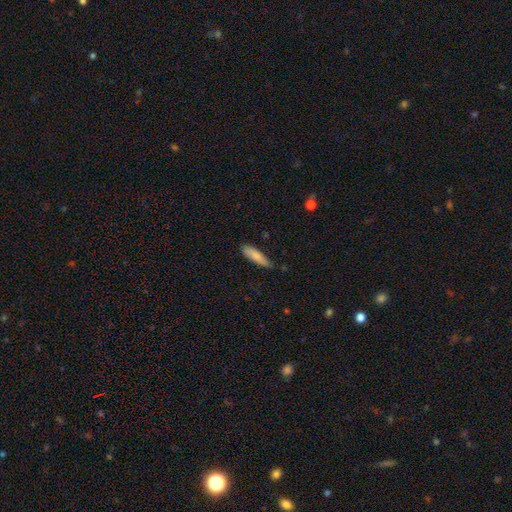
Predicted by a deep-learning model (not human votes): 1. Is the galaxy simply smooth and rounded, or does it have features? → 83% smooth, 12% featured or disk, 6% star or artifact.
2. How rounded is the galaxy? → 67% cigar-shaped, 31% in between, 1% round.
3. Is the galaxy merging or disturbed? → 80% none, 16% minor disturbance, 2% major disturbance, 2% merger.